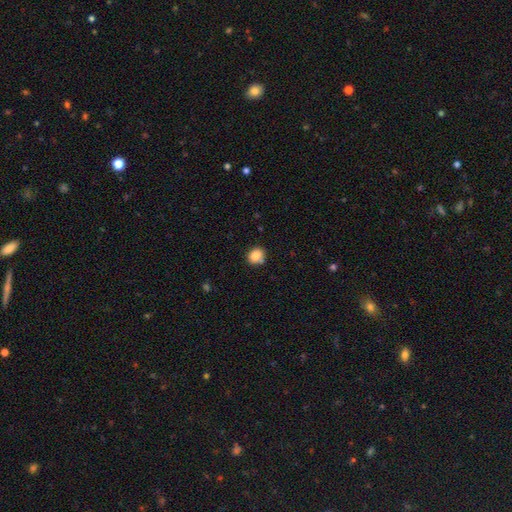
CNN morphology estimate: type=smooth (85%); roundness=round (66%); merging=none (69%).